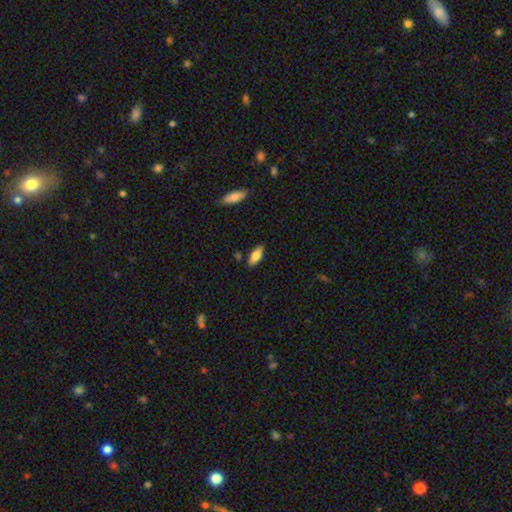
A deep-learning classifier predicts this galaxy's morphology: Smooth or featured?
  - smooth: 79% *
  - featured or disk: 14%
  - star or artifact: 7%
How rounded?
  - in between: 77% *
  - cigar-shaped: 21%
  - round: 2%
Merging?
  - none: 84% *
  - minor disturbance: 11%
  - merger: 3%
  - major disturbance: 2%